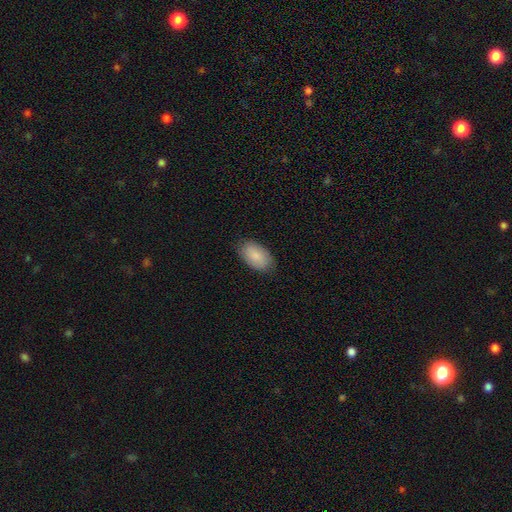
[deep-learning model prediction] Smooth or featured? smooth (85%)
How rounded? in between (94%)
Merging? none (82%)